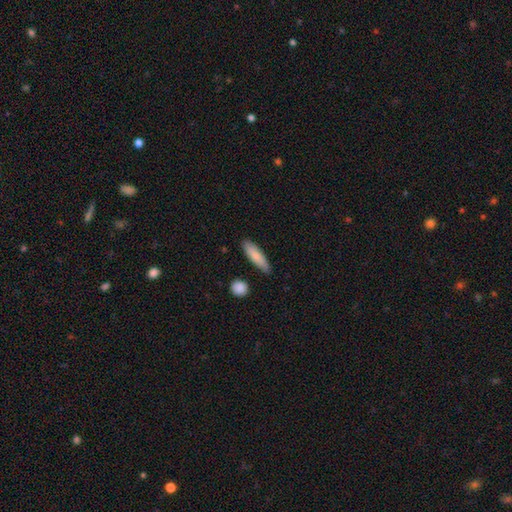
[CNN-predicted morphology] The model was most divided on "how rounded": cigar-shaped: 63%, in between: 35%, round: 2%. More confident: merging — none (83%); smooth or featured — smooth (82%).